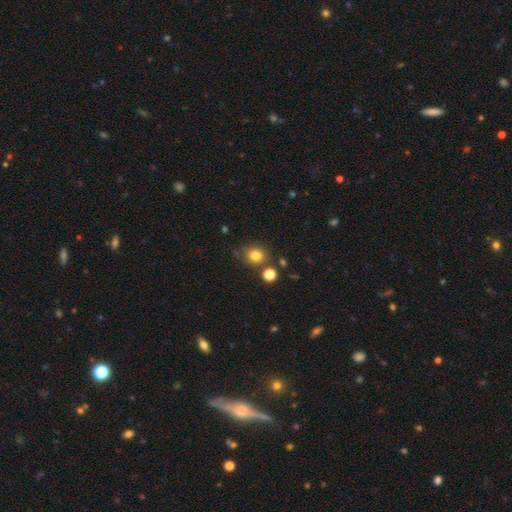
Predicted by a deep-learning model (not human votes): This is likely a smooth galaxy (80%). How rounded: likely round (79%). Merging: likely none (72%).